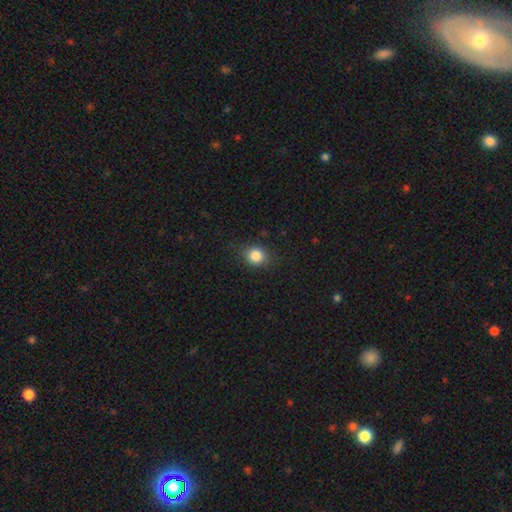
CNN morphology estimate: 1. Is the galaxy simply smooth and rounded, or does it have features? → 84% smooth, 10% star or artifact, 6% featured or disk.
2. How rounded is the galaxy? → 64% round, 35% in between, 1% cigar-shaped.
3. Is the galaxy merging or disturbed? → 82% none, 14% minor disturbance, 4% major disturbance, 1% merger.